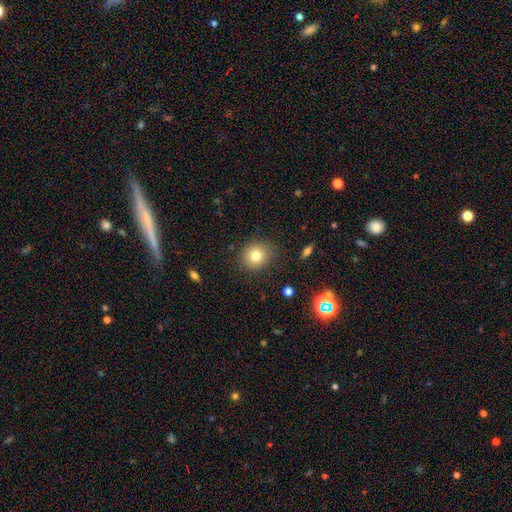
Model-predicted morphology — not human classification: A smooth galaxy with no disk features (80%) that is round (77%). Merging: none (85%).